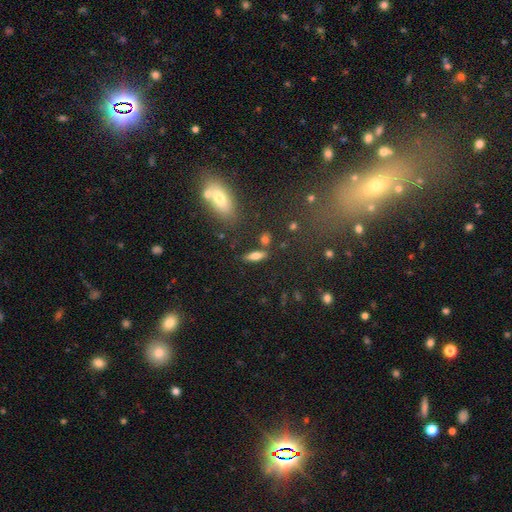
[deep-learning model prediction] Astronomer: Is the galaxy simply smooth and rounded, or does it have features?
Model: smooth — 69%.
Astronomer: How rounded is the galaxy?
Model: in between — 55% (runner-up: cigar-shaped, 41%).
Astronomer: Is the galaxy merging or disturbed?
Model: none — 73%.